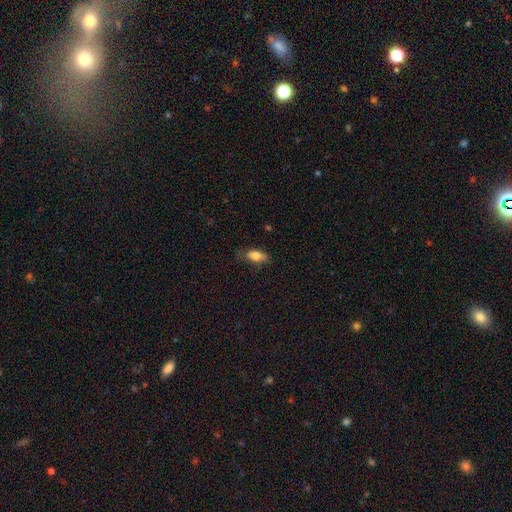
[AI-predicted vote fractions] Smooth or featured?
  - smooth: 80% *
  - featured or disk: 13%
  - star or artifact: 7%
How rounded?
  - in between: 82% *
  - cigar-shaped: 15%
  - round: 4%
Merging?
  - none: 71% *
  - minor disturbance: 23%
  - major disturbance: 5%
  - merger: 1%